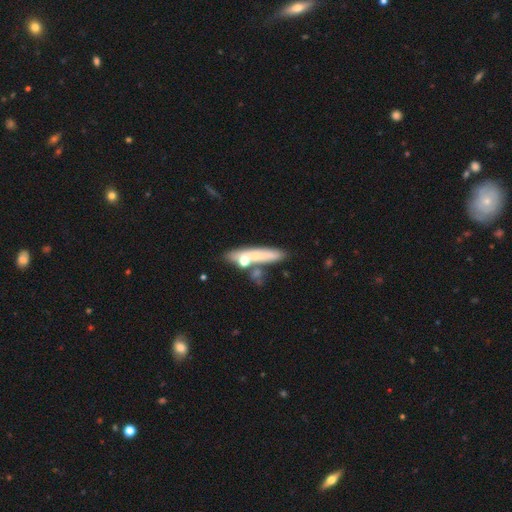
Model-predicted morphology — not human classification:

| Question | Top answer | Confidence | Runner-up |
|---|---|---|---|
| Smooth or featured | smooth | 57% | featured or disk (34%) |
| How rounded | cigar-shaped | 76% | in between (19%) |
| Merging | none | 62% | merger (19%) |